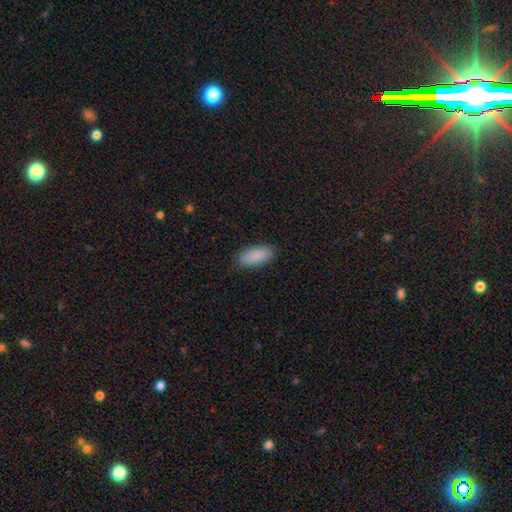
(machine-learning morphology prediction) This is clearly a smooth galaxy (90%). How rounded: clearly in between (84%). Merging: clearly none (88%).